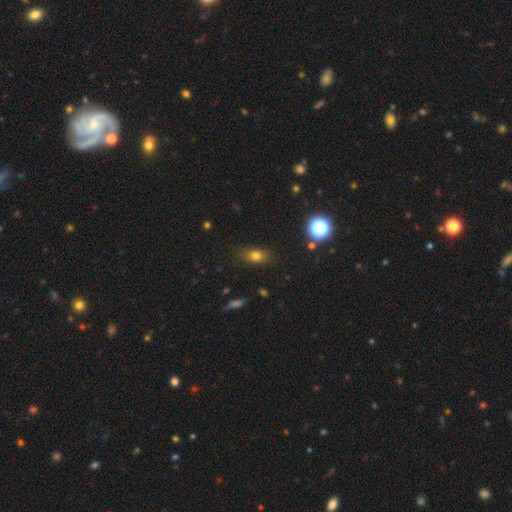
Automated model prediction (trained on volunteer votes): Q: Smooth or featured?
A: smooth (73%); runner-up: star or artifact (16%)
Q: How rounded?
A: in between (72%); runner-up: round (19%)
Q: Merging?
A: none (82%); runner-up: minor disturbance (13%)